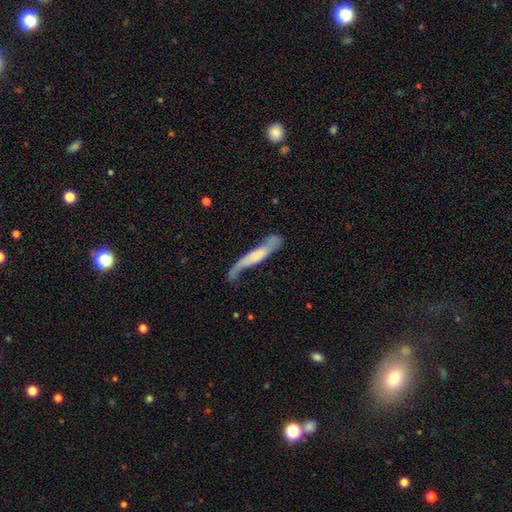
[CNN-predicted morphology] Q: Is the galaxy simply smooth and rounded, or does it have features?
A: featured or disk — 59%.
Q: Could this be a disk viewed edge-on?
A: yes — 54%.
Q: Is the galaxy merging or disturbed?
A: none — 46%.